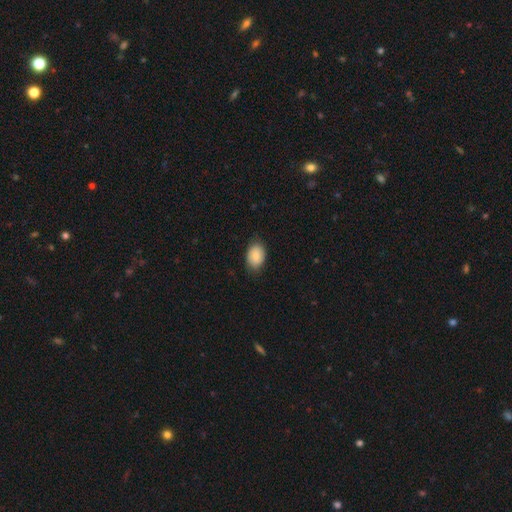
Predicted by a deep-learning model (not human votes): A smooth galaxy with no disk features (83%) that is in between round and cigar-shaped (78%).

Vote fractions:
- Smooth or featured? smooth: 83% / featured or disk: 10% / star or artifact: 7%
- How rounded? in between: 78% / round: 21% / cigar-shaped: 1%
- Merging? none: 80% / minor disturbance: 16% / major disturbance: 3% / merger: 1%